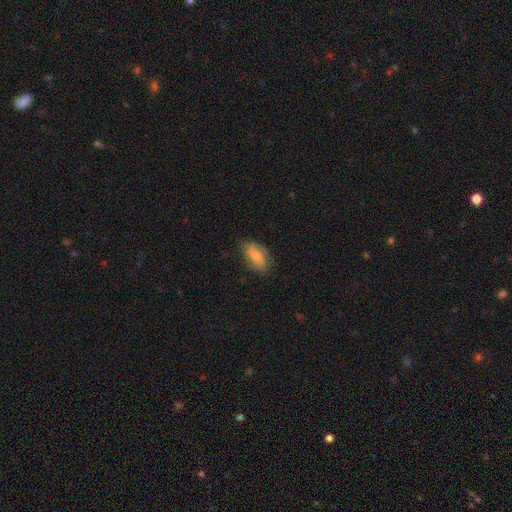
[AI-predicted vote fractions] This appears to be a smooth galaxy with no disk features (46%, tied with featured or disk). Merging: none (75%).